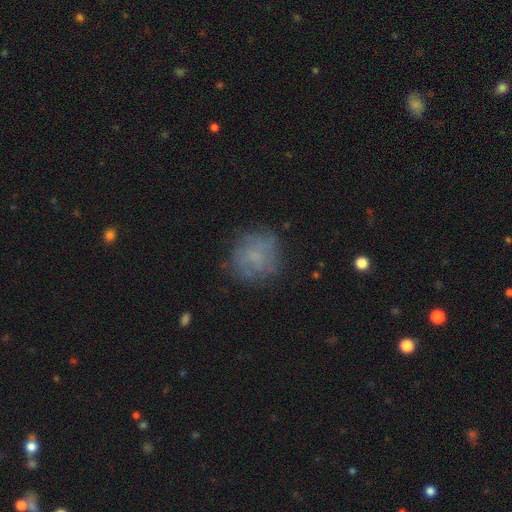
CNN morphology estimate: Smooth or featured? Predicted: smooth (p=0.51). How rounded? Predicted: round (p=0.83). Merging? Predicted: none (p=0.72).